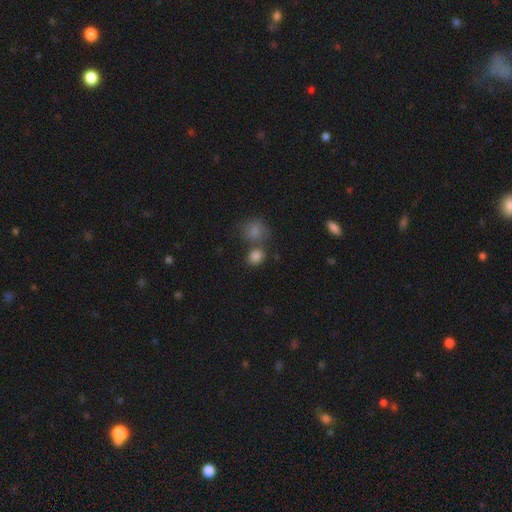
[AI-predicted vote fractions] This is clearly a smooth galaxy (83%). How rounded: possibly round (59%). Merging: possibly none (53%).